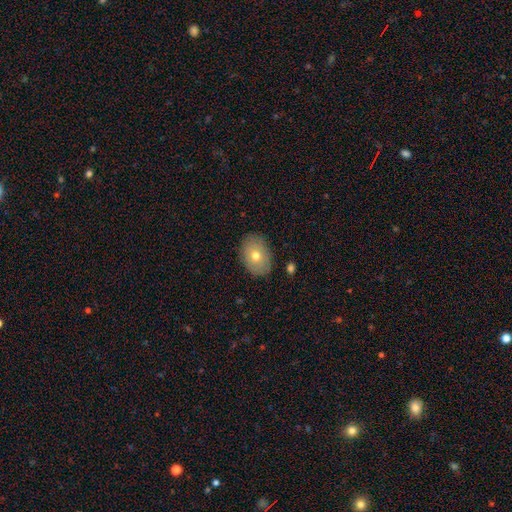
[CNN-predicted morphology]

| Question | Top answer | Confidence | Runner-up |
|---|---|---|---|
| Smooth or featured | smooth | 71% | featured or disk (21%) |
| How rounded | in between | 81% | round (18%) |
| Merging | none | 87% | minor disturbance (10%) |